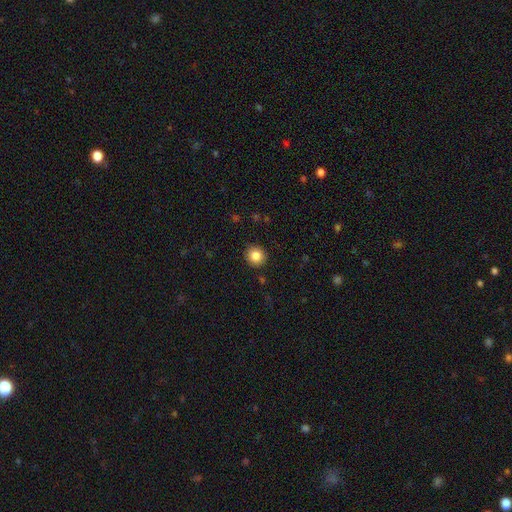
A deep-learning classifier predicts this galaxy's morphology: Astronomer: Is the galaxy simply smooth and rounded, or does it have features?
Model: smooth — 85%.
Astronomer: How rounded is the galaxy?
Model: round — 92%.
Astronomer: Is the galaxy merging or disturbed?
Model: none — 91%.